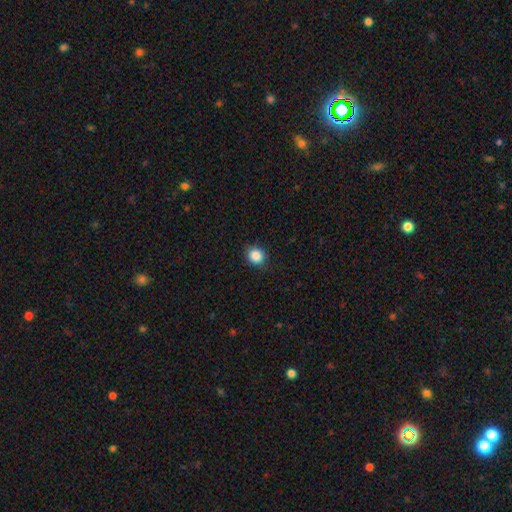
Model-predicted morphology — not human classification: This appears to be a smooth galaxy with no disk features (87%) that is round (76%). Merging: none (87%).